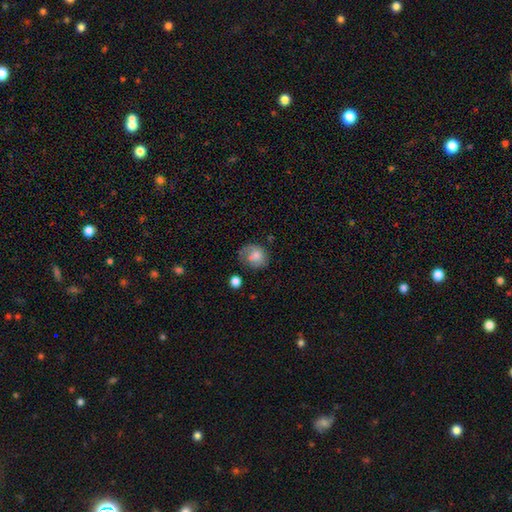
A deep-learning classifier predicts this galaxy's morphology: smooth 68%, featured or disk 23%, star or artifact 8%. Down the decision tree: how rounded — round (61%); merging — none (50%).